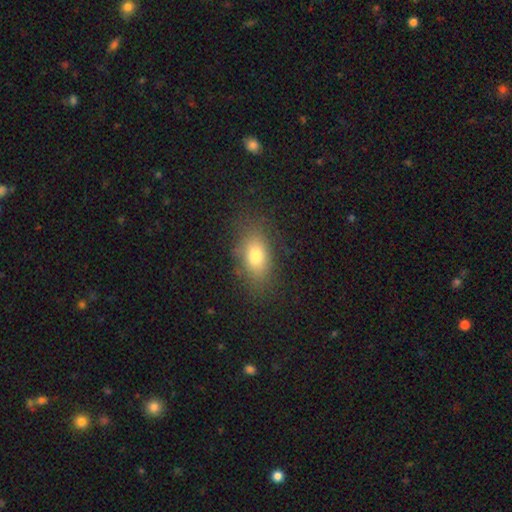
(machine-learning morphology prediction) Q: Smooth or featured?
A: smooth (77%); runner-up: featured or disk (12%)
Q: How rounded?
A: in between (83%); runner-up: round (13%)
Q: Merging?
A: none (78%); runner-up: minor disturbance (15%)